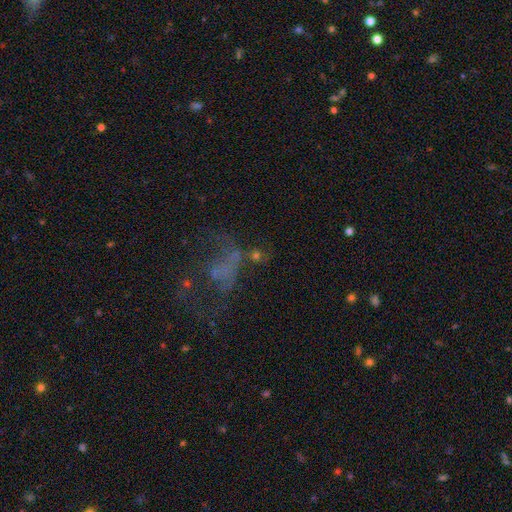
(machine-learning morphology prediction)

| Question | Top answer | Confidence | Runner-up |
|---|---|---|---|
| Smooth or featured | featured or disk | 37% | smooth (32%) |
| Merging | major disturbance | 41% | none (29%) |